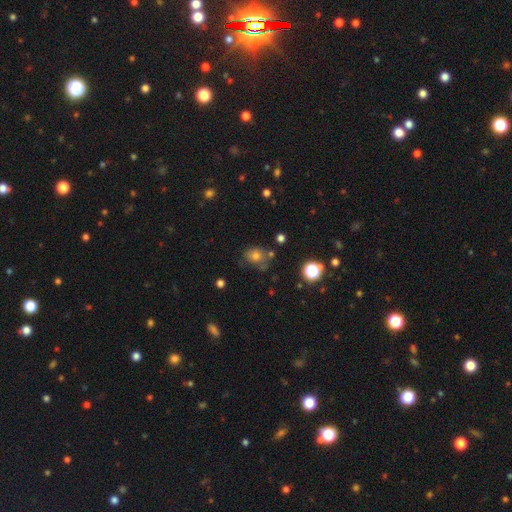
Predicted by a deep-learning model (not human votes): Smooth or featured? Predicted: smooth (p=0.70). How rounded? Predicted: round (p=0.60). Merging? Predicted: none (p=0.55).